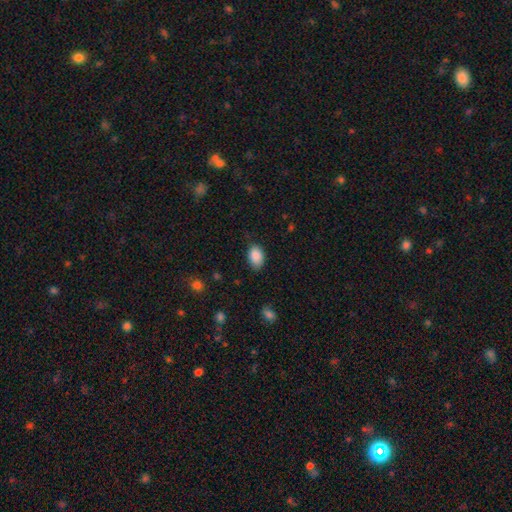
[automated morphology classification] type=smooth (89%); roundness=in between (88%); merging=none (79%).